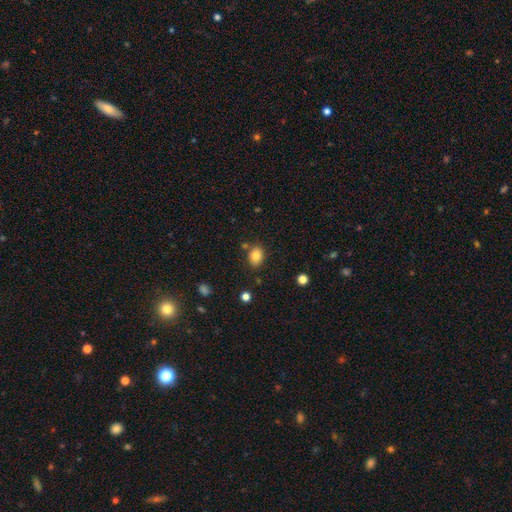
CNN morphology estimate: The model was most divided on "how rounded": in between: 64%, round: 35%, cigar-shaped: 1%. More confident: smooth or featured — smooth (83%); merging — none (79%).